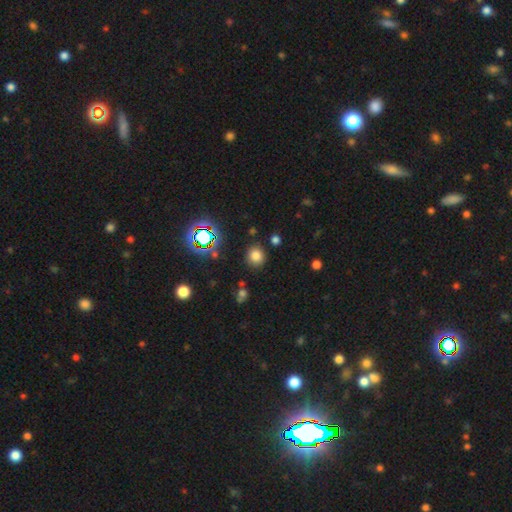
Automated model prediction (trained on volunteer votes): A smooth galaxy with no disk features (75%) that is round (88%). Merging: none (86%).